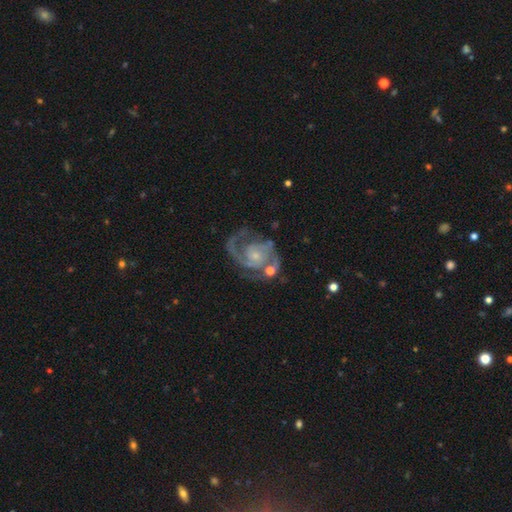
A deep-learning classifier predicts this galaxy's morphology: Overall: featured or disk (90%). Edge-on disk: no (98%). Bar: no (67%). Spiral arms: yes (97%). Spiral arm count: 2 (78%). Spiral winding: medium (49%; tight 39%). Bulge size: small (69%). Merging: none (59%).